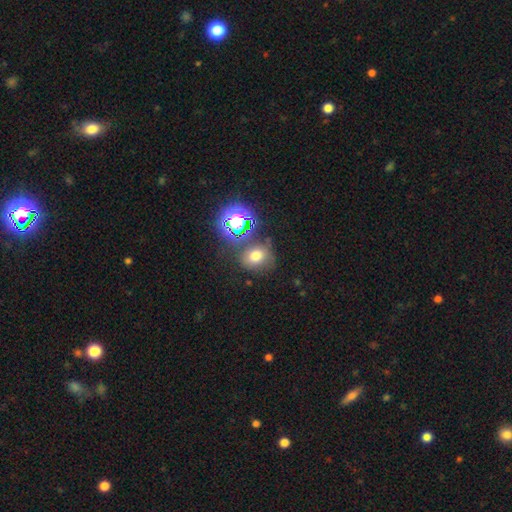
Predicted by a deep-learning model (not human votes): Q: Smooth or featured?
A: smooth (63%); runner-up: star or artifact (26%)
Q: How rounded?
A: round (57%); runner-up: in between (42%)
Q: Merging?
A: none (67%); runner-up: minor disturbance (16%)